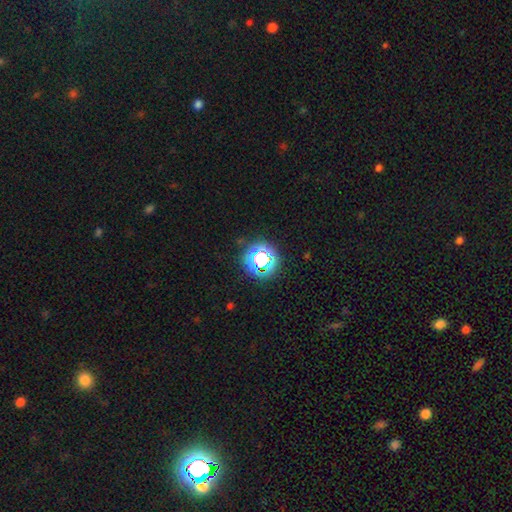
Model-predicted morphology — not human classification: Smooth or featured? star or artifact (71%)